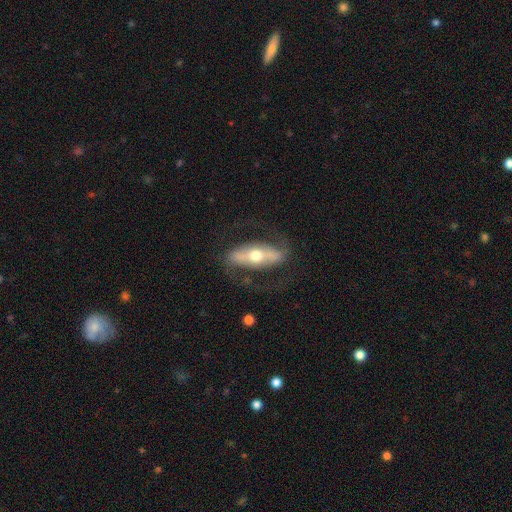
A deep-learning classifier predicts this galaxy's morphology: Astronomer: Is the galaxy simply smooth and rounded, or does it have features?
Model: featured or disk — 76%.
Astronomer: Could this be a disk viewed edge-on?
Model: no — 74%.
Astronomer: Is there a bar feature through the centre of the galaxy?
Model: strong — 62%.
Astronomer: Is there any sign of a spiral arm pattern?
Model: yes — 71%.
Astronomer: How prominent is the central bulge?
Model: moderate — 67%.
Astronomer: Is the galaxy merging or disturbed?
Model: none — 71%.